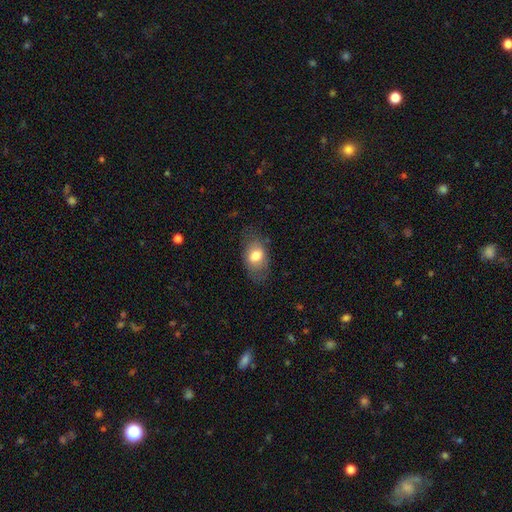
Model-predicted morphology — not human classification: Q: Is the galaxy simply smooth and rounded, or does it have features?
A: smooth — 72%.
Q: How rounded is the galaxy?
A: in between — 86%.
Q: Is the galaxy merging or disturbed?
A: none — 70%.